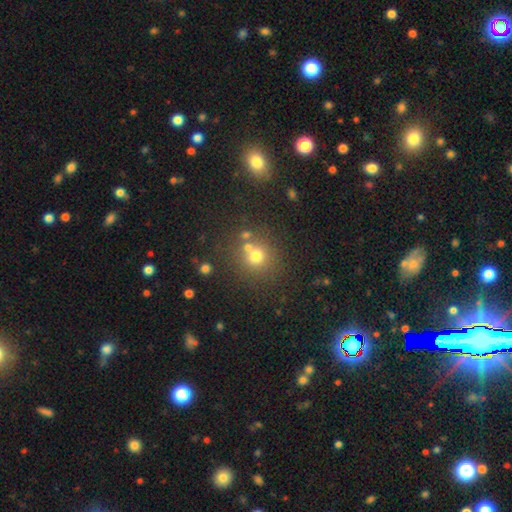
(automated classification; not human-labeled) Q: Smooth or featured?
A: smooth (69%); runner-up: star or artifact (20%)
Q: How rounded?
A: round (89%); runner-up: in between (10%)
Q: Merging?
A: none (67%); runner-up: merger (19%)